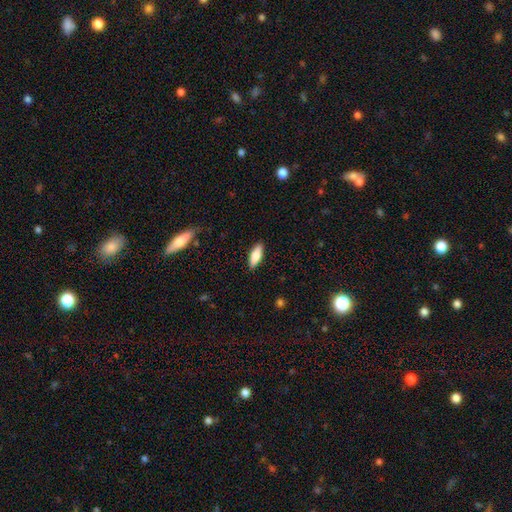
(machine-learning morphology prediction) smooth_or_featured: smooth (p=0.75) [alt: featured or disk p=0.19]
how_rounded: in between (p=0.65) [alt: cigar-shaped p=0.32]
merging: none (p=0.88) [alt: minor disturbance p=0.09]